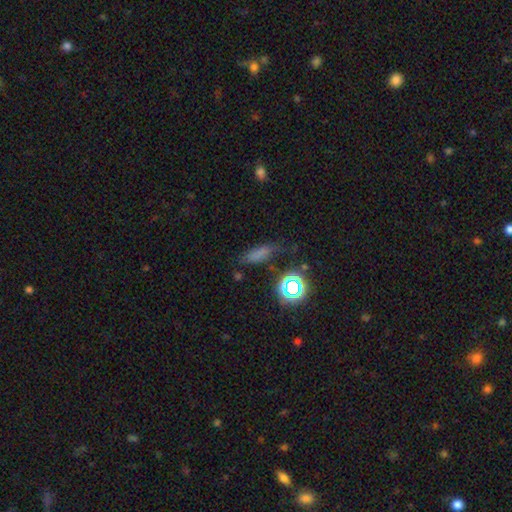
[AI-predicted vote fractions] smooth 62%, star or artifact 25%, featured or disk 14%. Down the decision tree: how rounded — cigar-shaped (48%); merging — none (66%).